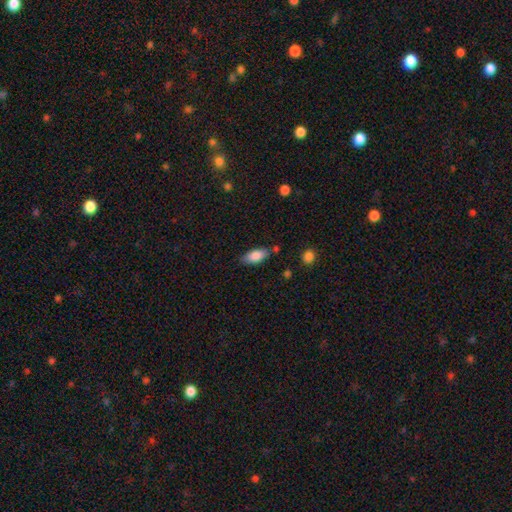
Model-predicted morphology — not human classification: type=smooth (84%); roundness=in between (86%); merging=none (77%).